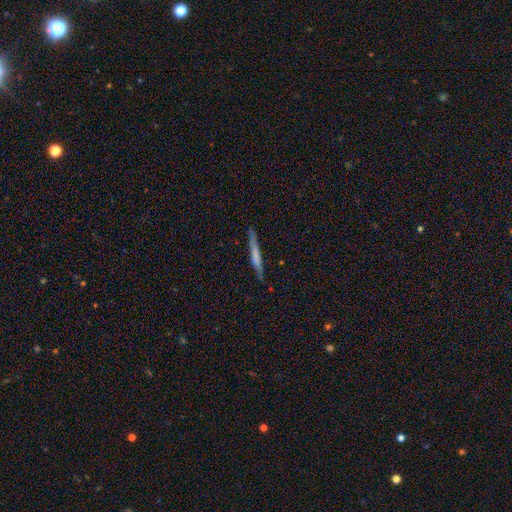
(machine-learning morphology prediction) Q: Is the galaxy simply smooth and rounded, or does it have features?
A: smooth — 58%.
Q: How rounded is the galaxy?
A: cigar-shaped — 96%.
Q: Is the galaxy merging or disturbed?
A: none — 86%.